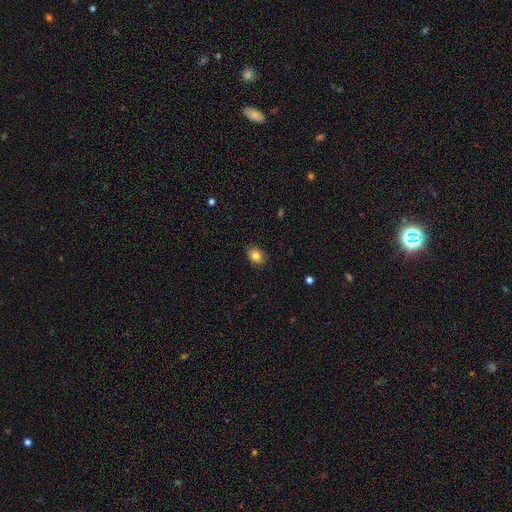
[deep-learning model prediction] A smooth galaxy with no disk features (81%) that is in between round and cigar-shaped (60%). Merging: none (84%).